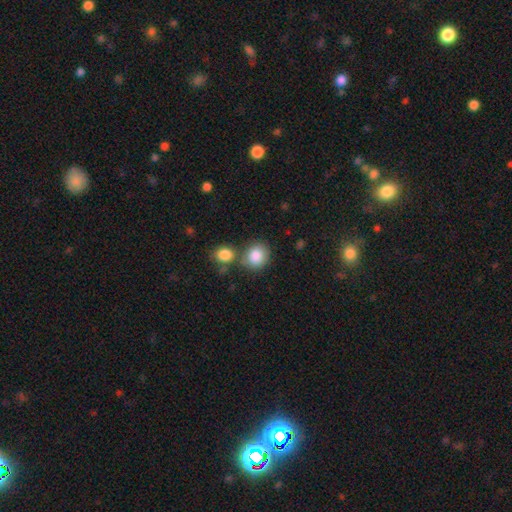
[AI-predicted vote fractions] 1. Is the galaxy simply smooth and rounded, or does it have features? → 86% smooth, 8% star or artifact, 6% featured or disk.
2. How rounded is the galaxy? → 73% round, 26% in between, 1% cigar-shaped.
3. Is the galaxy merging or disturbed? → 60% none, 24% merger, 12% minor disturbance, 4% major disturbance.